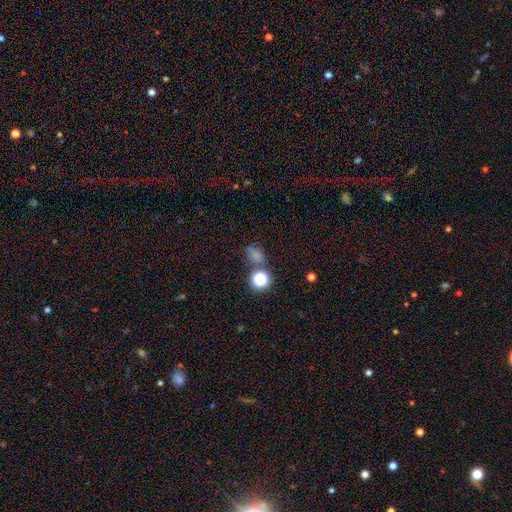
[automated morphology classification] Overall: smooth (66%; star or artifact 27%). How rounded: round (51%; in between 48%). Merging: none (61%).